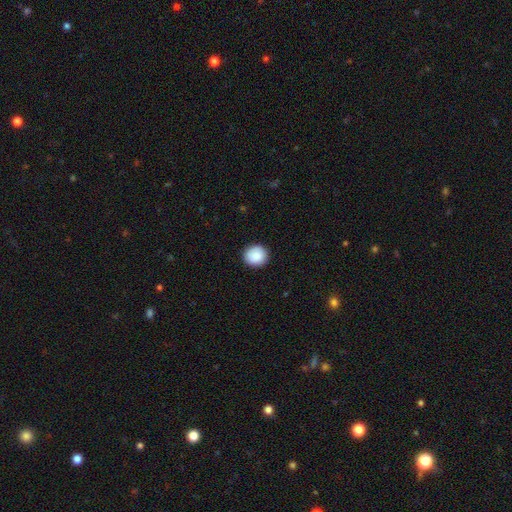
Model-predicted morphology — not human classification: The model was most divided on "smooth or featured": smooth: 88%, star or artifact: 8%, featured or disk: 4%. More confident: how rounded — round (91%); merging — none (90%).